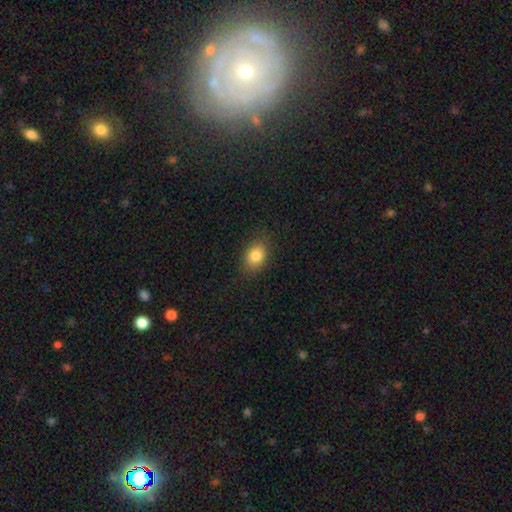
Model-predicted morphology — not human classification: Q: Smooth or featured?
A: smooth (84%); runner-up: star or artifact (9%)
Q: How rounded?
A: in between (74%); runner-up: round (25%)
Q: Merging?
A: none (83%); runner-up: minor disturbance (12%)